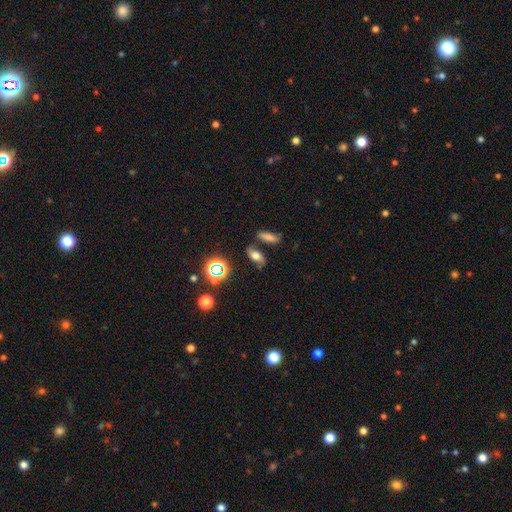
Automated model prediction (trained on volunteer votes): This is possibly a smooth galaxy (53%). How rounded: likely in between (71%). Merging: likely none (67%).